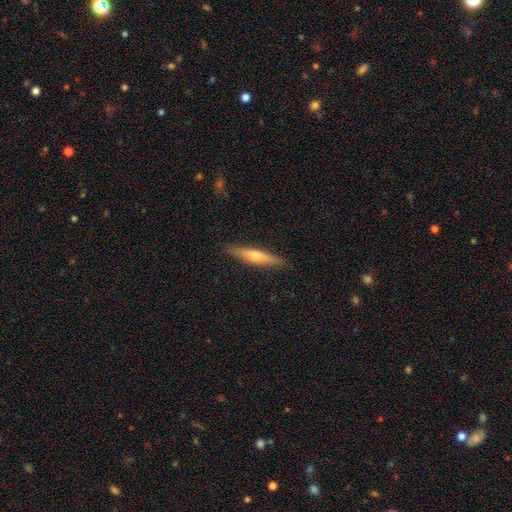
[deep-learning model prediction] Overall: featured or disk (61%; smooth 33%). Edge-on disk: yes (97%). Edge-on bulge: rounded (81%). Merging: none (90%).